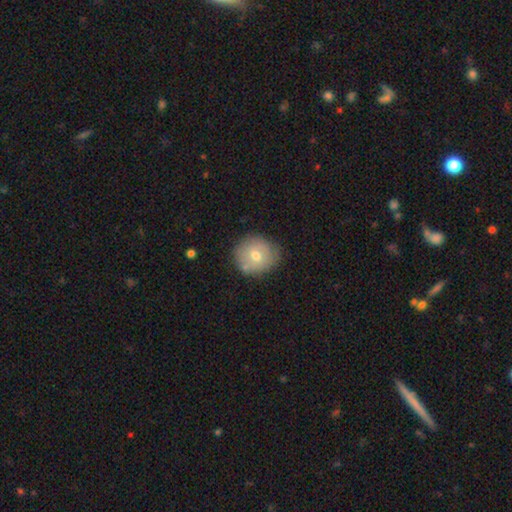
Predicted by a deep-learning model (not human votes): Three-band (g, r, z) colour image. It shows a smooth galaxy with no disk features (69%) that is round (83%). Merging: none (75%).